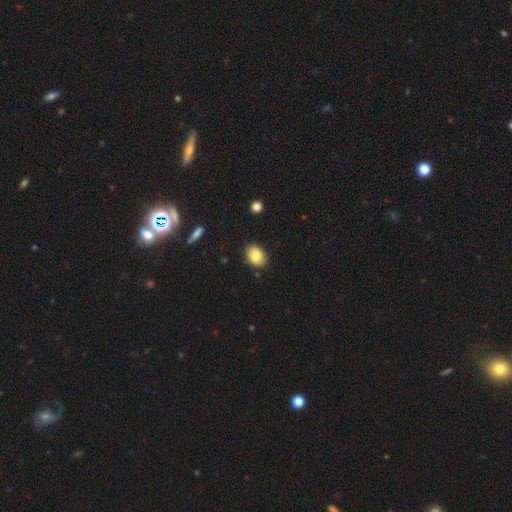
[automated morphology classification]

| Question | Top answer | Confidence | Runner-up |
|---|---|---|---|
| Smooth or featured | smooth | 85% | star or artifact (8%) |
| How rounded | in between | 65% | round (34%) |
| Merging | none | 86% | minor disturbance (11%) |